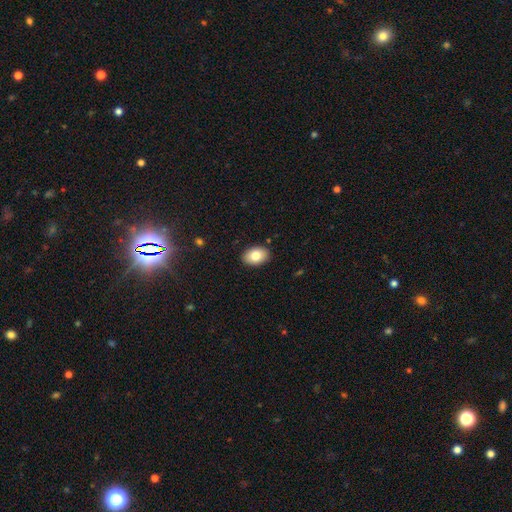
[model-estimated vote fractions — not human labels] The model was most divided on "smooth or featured": smooth: 82%, featured or disk: 11%, star or artifact: 7%. More confident: merging — none (89%); how rounded — in between (85%).